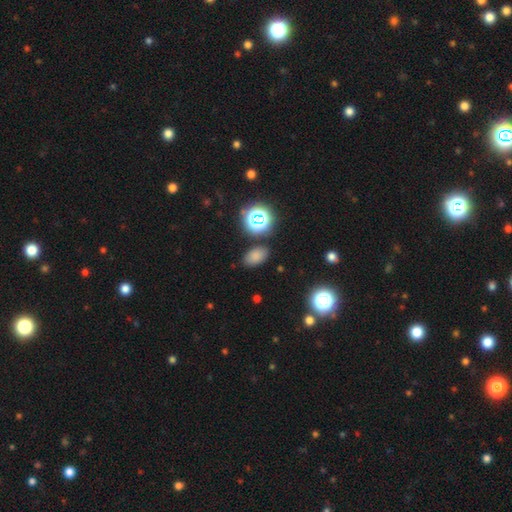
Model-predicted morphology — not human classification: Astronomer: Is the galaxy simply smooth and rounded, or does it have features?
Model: smooth — 74%.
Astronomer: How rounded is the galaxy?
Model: in between — 87%.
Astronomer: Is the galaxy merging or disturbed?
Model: none — 83%.